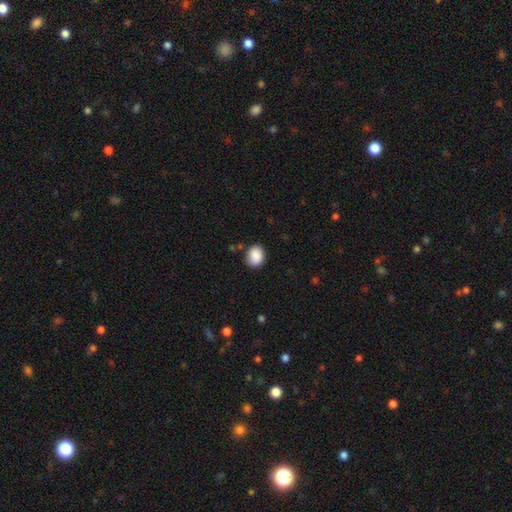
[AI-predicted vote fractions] smooth 89%, star or artifact 8%, featured or disk 4%. Down the decision tree: how rounded — in between (50%); merging — none (82%).